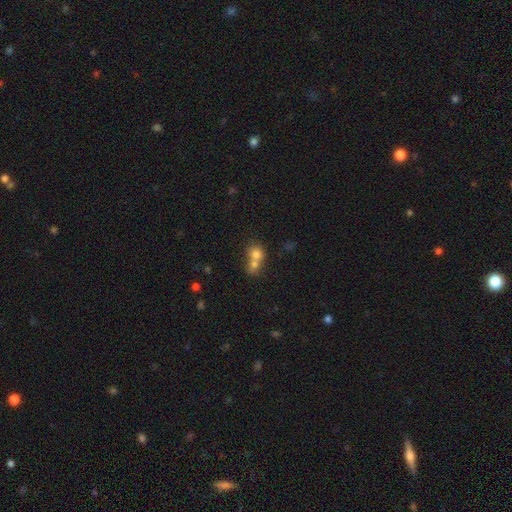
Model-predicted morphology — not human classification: Smooth or featured: smooth — 73% (featured or disk — 15%)
How rounded: round — 73% (in between — 26%)
Merging: merger — 66% (none — 26%)